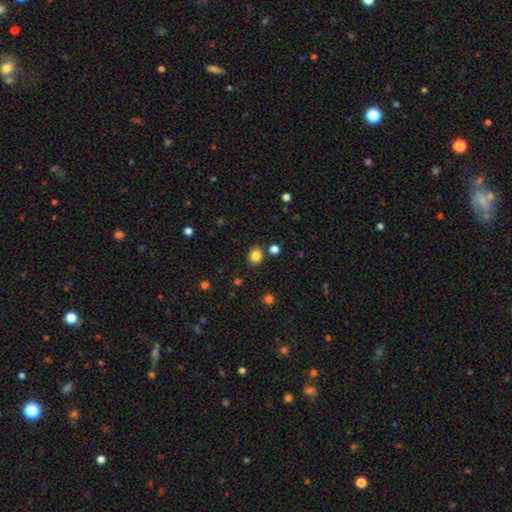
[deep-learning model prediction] A smooth galaxy with no disk features (83%) that is round (63%). Merging: none (84%).